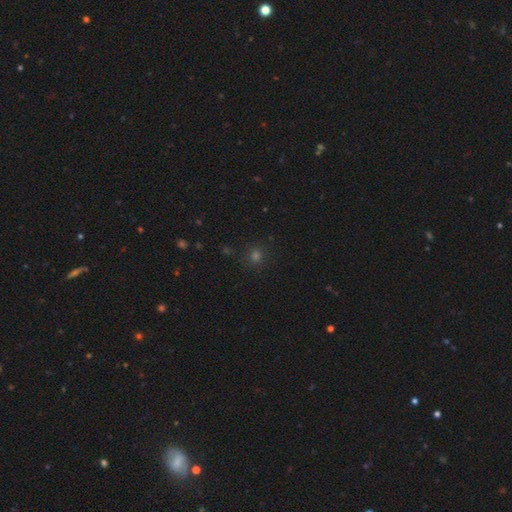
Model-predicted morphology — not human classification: Smooth or featured?
  - smooth: 64% *
  - star or artifact: 30%
  - featured or disk: 5%
How rounded?
  - round: 90% *
  - in between: 9%
  - cigar-shaped: 1%
Merging?
  - none: 89% *
  - minor disturbance: 7%
  - major disturbance: 3%
  - merger: 2%